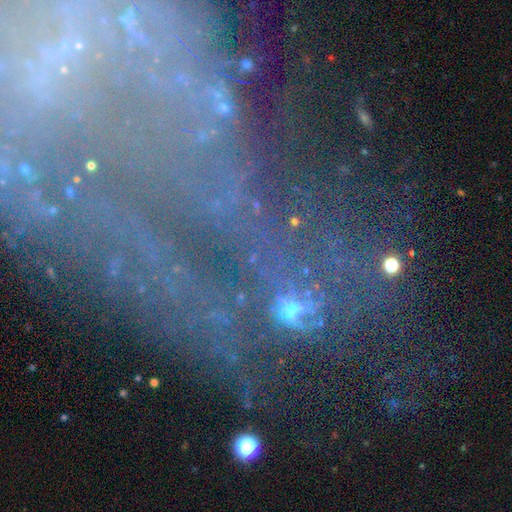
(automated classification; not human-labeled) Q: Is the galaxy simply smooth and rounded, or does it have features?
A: star or artifact — 52%.